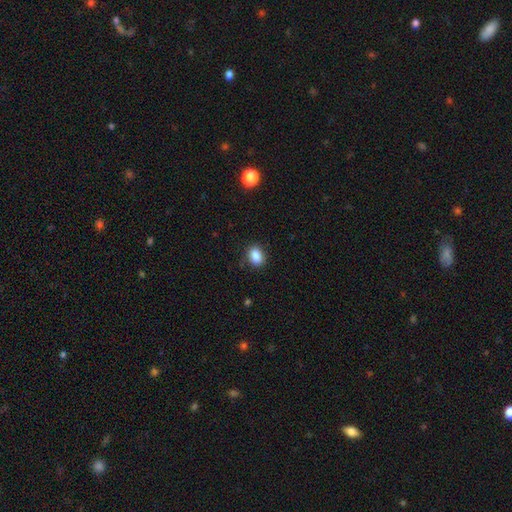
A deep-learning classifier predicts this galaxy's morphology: Smooth or featured: smooth — 87% (star or artifact — 9%)
How rounded: in between — 70% (round — 28%)
Merging: none — 84% (minor disturbance — 12%)